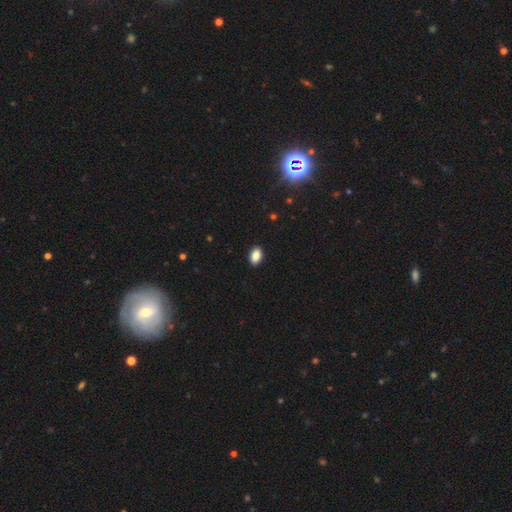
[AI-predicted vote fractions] A smooth galaxy with no disk features (88%) that is in between round and cigar-shaped (89%).

Vote fractions:
- Smooth or featured? smooth: 88% / star or artifact: 8% / featured or disk: 3%
- How rounded? in between: 89% / round: 9% / cigar-shaped: 2%
- Merging? none: 90% / minor disturbance: 7% / major disturbance: 2% / merger: 1%